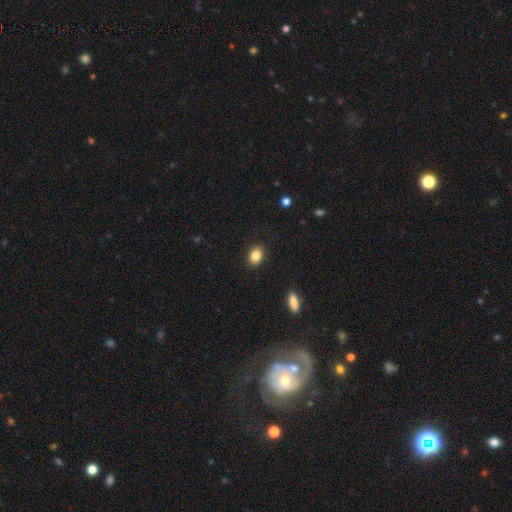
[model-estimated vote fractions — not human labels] This appears to be a smooth galaxy with no disk features (85%) that is in between round and cigar-shaped (71%). Merging: none (89%).